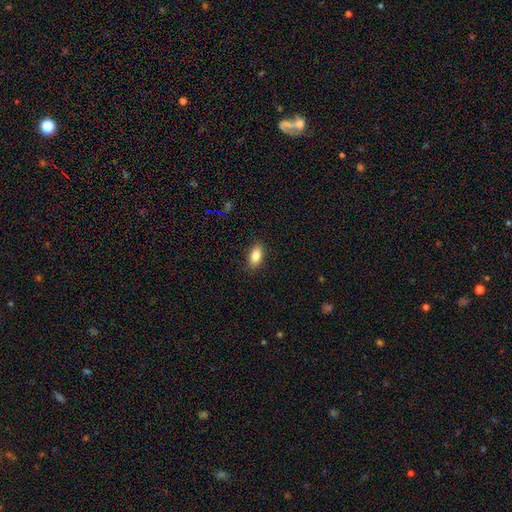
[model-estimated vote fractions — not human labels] smooth_or_featured: smooth (p=0.84) [alt: star or artifact p=0.08]
how_rounded: in between (p=0.90) [alt: round p=0.06]
merging: none (p=0.87) [alt: minor disturbance p=0.09]